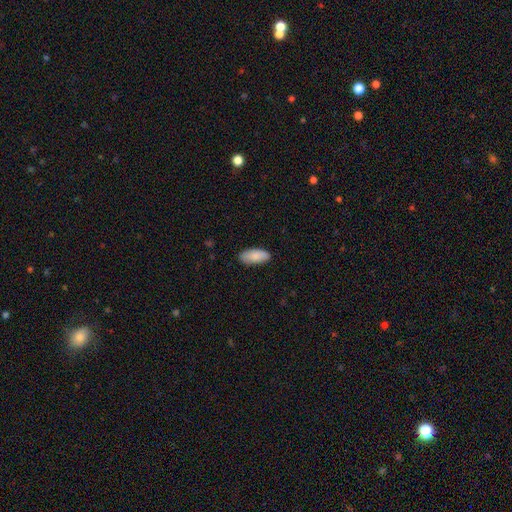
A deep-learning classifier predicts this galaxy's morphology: A smooth galaxy with no disk features (88%) that is in between round and cigar-shaped (87%).

Vote fractions:
- Smooth or featured? smooth: 88% / featured or disk: 7% / star or artifact: 6%
- How rounded? in between: 87% / cigar-shaped: 11% / round: 2%
- Merging? none: 85% / minor disturbance: 12% / major disturbance: 2% / merger: 1%